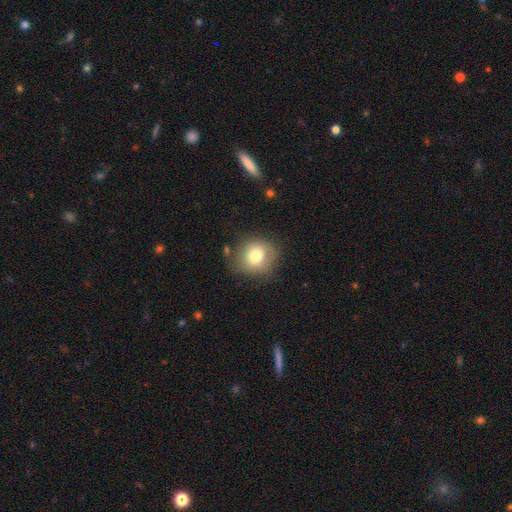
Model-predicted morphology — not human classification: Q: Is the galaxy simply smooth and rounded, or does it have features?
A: smooth — 76%.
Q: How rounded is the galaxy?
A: round — 84%.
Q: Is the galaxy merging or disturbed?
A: none — 73%.